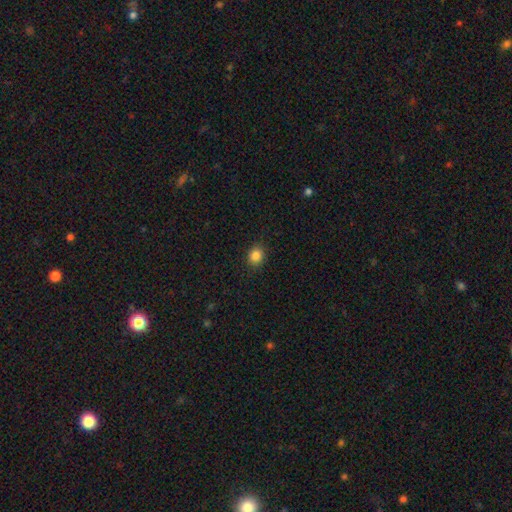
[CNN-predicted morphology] A smooth galaxy with no disk features (85%) that is round (69%).

Vote fractions:
- Smooth or featured? smooth: 85% / star or artifact: 11% / featured or disk: 4%
- How rounded? round: 69% / in between: 31% / cigar-shaped: 1%
- Merging? none: 90% / minor disturbance: 7% / major disturbance: 2% / merger: 1%